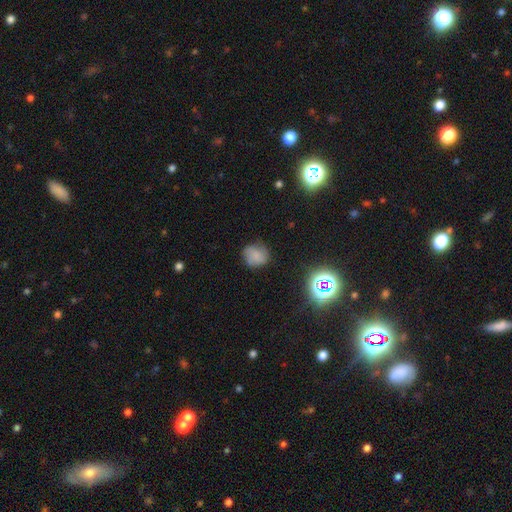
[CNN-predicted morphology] This appears to be a smooth galaxy with no disk features (63%) that is round (76%). Merging: none (71%).